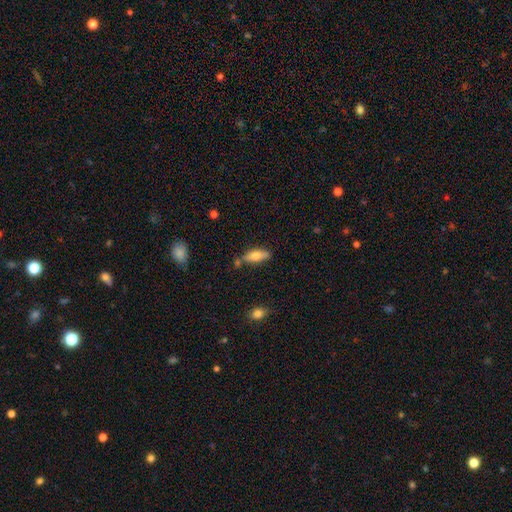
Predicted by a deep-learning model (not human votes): smooth 72%, featured or disk 21%, star or artifact 7%. Down the decision tree: how rounded — in between (69%); merging — none (69%).